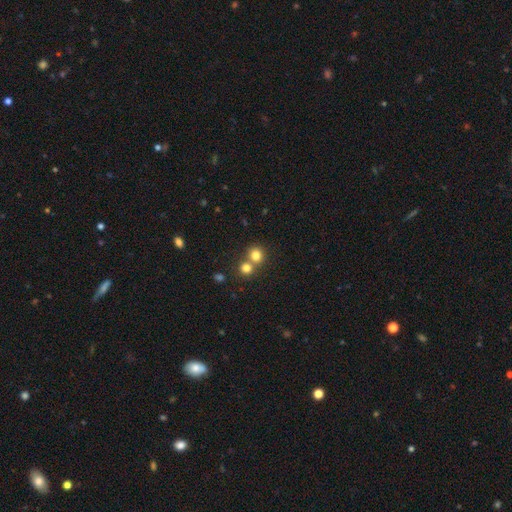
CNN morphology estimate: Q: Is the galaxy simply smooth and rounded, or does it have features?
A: smooth — 79%.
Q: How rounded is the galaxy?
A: round — 85%.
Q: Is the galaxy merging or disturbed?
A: none — 51%.